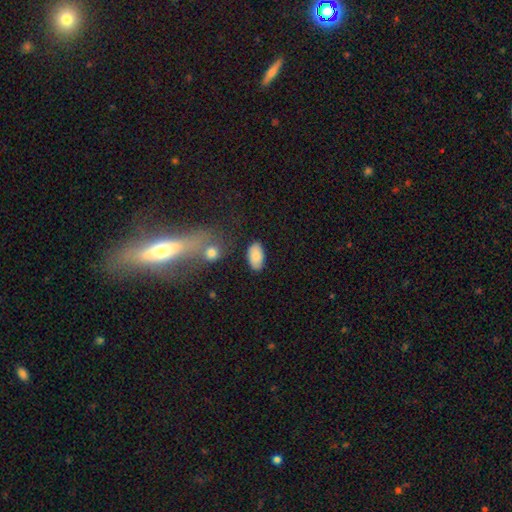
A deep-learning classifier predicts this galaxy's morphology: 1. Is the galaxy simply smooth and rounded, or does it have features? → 85% smooth, 8% featured or disk, 7% star or artifact.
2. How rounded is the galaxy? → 94% in between, 4% round, 2% cigar-shaped.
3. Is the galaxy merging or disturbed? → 81% none, 12% minor disturbance, 4% merger, 3% major disturbance.